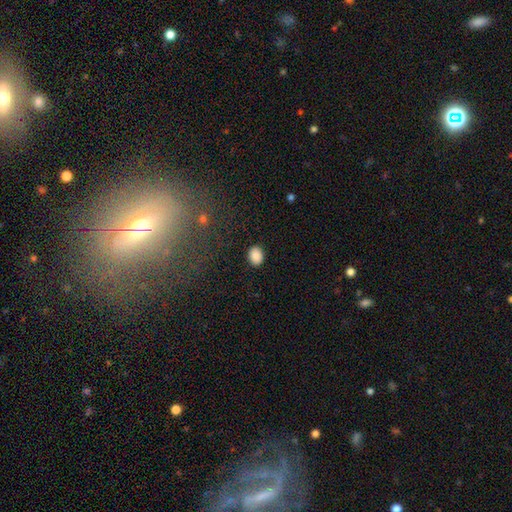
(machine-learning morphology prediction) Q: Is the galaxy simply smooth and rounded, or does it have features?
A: smooth — 88%.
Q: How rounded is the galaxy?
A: in between — 52%.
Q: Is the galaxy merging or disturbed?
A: none — 88%.